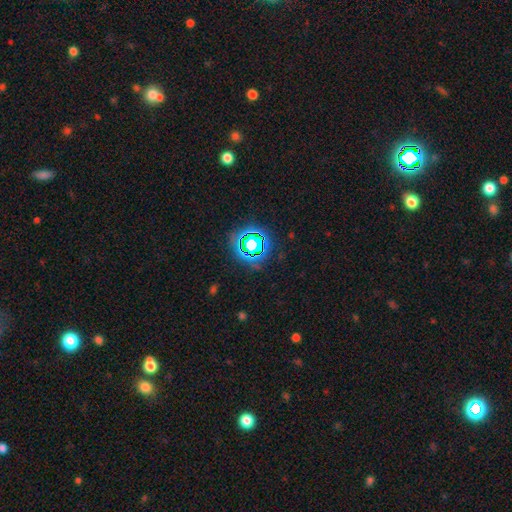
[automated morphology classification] Smooth or featured? star or artifact (76%)